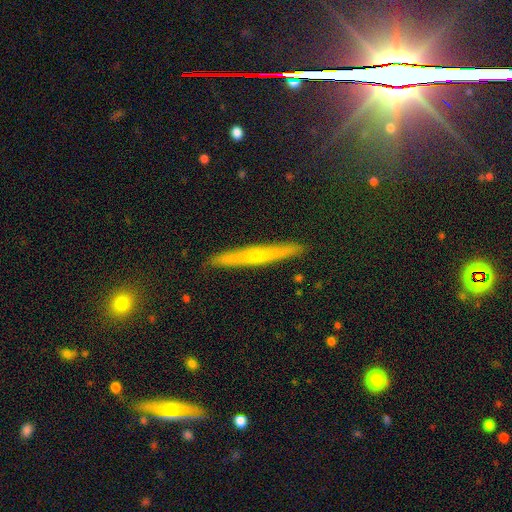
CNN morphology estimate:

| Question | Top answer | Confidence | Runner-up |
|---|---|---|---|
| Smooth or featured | featured or disk | 59% | smooth (32%) |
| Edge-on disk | yes | 96% | no (4%) |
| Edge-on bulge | rounded | 56% | none (40%) |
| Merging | none | 91% | minor disturbance (7%) |